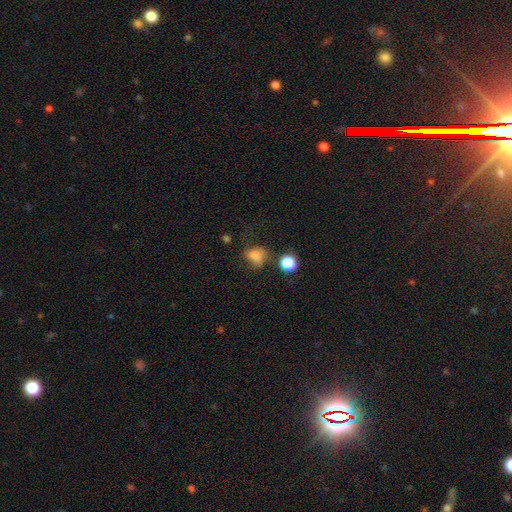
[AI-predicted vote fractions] Smooth or featured: smooth — 71% (star or artifact — 16%)
How rounded: in between — 57% (round — 42%)
Merging: none — 41% (minor disturbance — 27%)